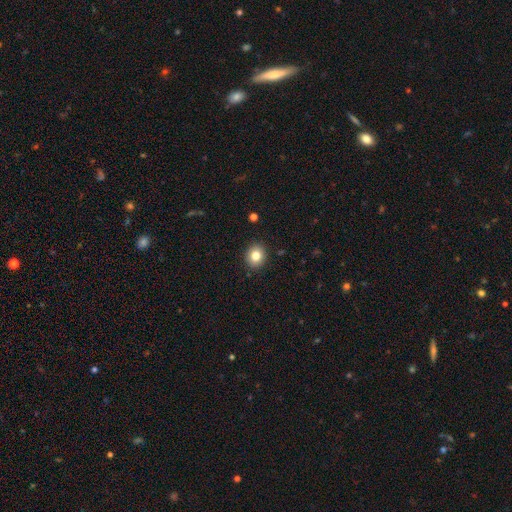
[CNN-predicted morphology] This appears to be a smooth galaxy with no disk features (81%) that is round (72%). Merging: none (91%).